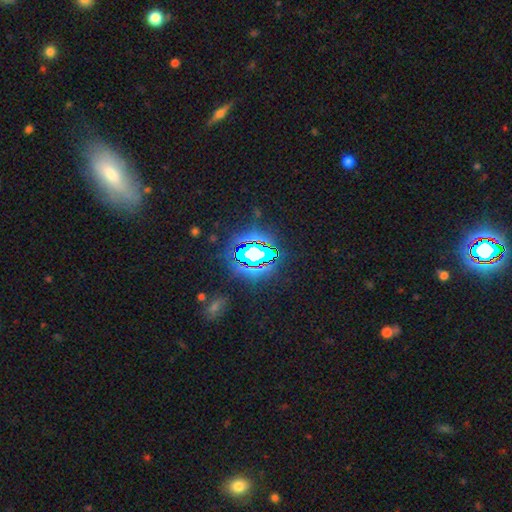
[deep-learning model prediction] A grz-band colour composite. It shows a star or artifact, not a galaxy (78%).